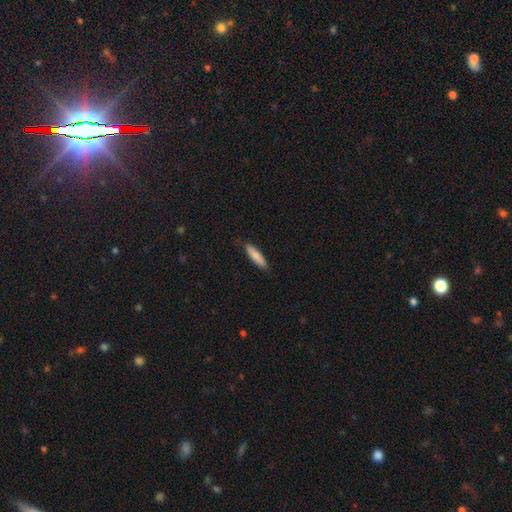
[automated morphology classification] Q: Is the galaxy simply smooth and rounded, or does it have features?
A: smooth — 82%.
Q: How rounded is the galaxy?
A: cigar-shaped — 74%.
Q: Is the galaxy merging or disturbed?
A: none — 85%.